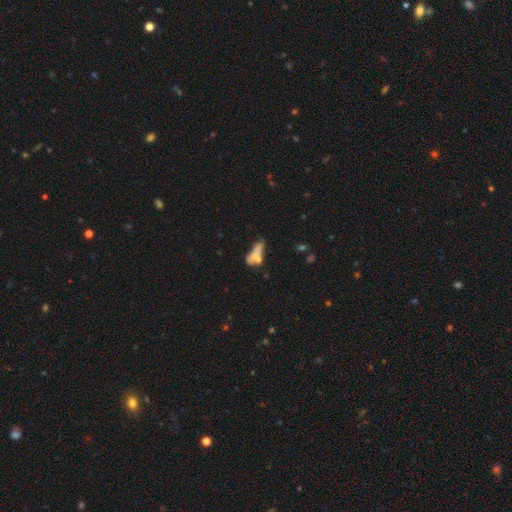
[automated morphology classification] Overall: smooth (58%; featured or disk 30%). How rounded: in between (55%; cigar-shaped 39%). Merging: merger (36%; none 29%).